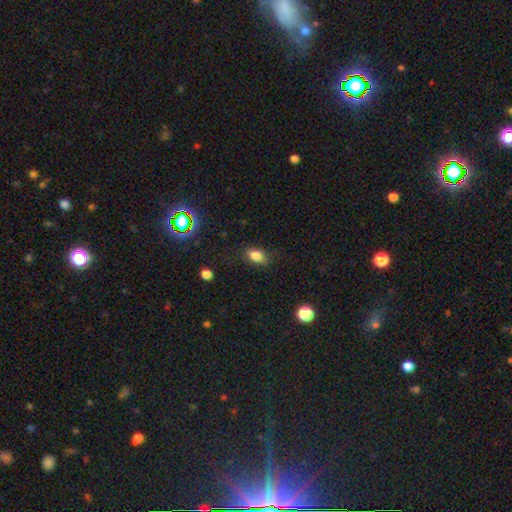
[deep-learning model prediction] This appears to be a smooth galaxy with no disk features (81%) that is in between round and cigar-shaped (80%). Merging: none (80%).